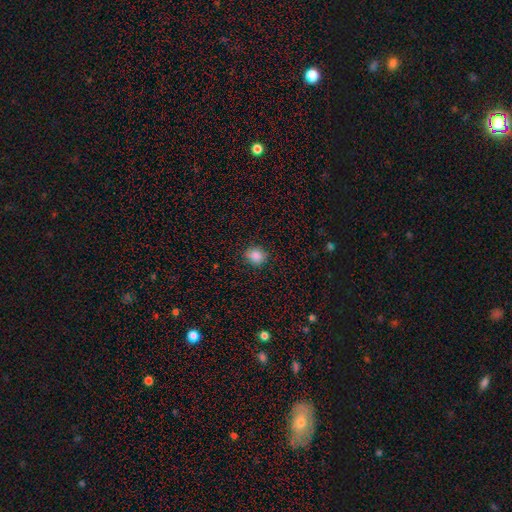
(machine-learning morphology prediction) Q: Smooth or featured?
A: smooth (85%); runner-up: star or artifact (10%)
Q: How rounded?
A: round (73%); runner-up: in between (26%)
Q: Merging?
A: none (86%); runner-up: minor disturbance (11%)